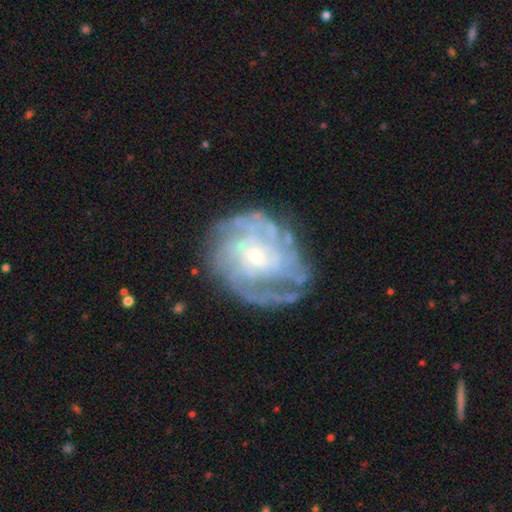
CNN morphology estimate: smooth-or-featured: featured or disk: 84% | smooth: 9% | star or artifact: 7%
  disk-edge-on: no: 97% | yes: 3%
    bar: no: 56% | weak: 38% | strong: 7%
    has-spiral-arms: yes: 91% | no: 9%
      spiral-winding: tight: 61% | medium: 29% | loose: 9%
      spiral-arm-count: can't tell: 43% | 4: 15% | 3: 14% | 2: 12% | more than 4: 10% | 1: 6%
    bulge-size: small: 60% | moderate: 35% | none: 2% | large: 2% | dominant: 1%
  merging: none: 66% | minor disturbance: 19% | major disturbance: 12% | merger: 2%